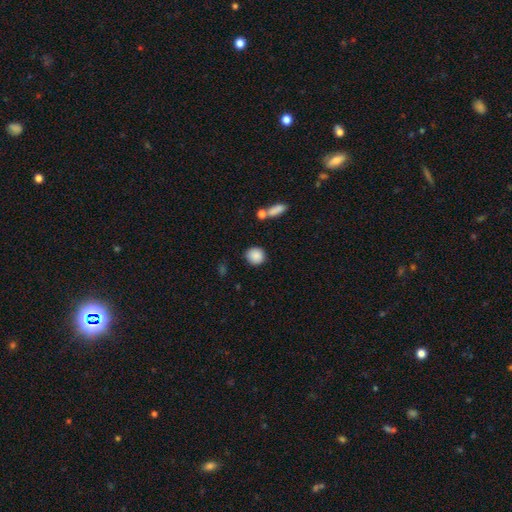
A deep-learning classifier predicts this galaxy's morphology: Q: Smooth or featured?
A: smooth (88%); runner-up: star or artifact (8%)
Q: How rounded?
A: round (89%); runner-up: in between (10%)
Q: Merging?
A: none (84%); runner-up: minor disturbance (9%)